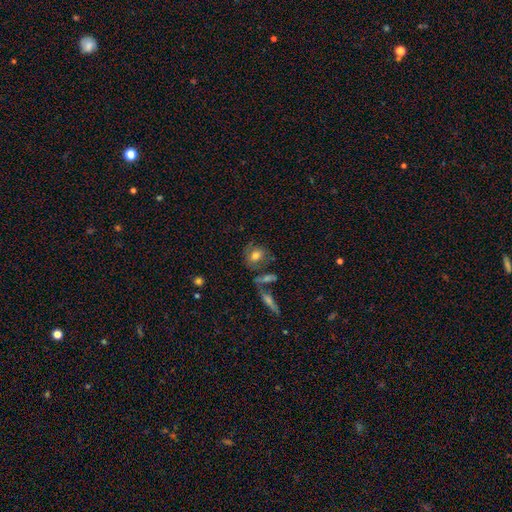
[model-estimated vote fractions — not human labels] Smooth or featured? Predicted: smooth (p=0.65). How rounded? Predicted: in between (p=0.50). Merging? Predicted: none (p=0.56).